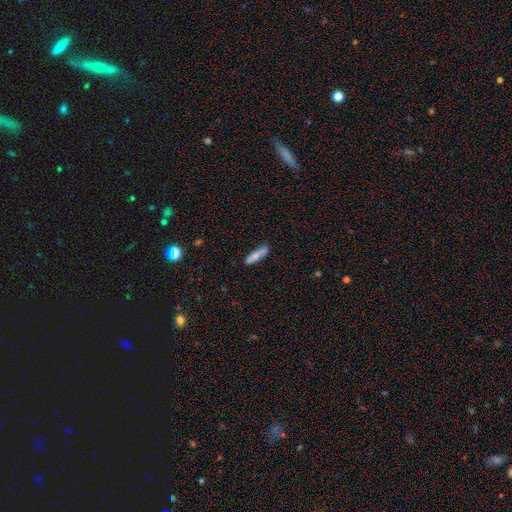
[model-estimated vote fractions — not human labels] Smooth or featured? Predicted: smooth (p=0.71). How rounded? Predicted: cigar-shaped (p=0.69). Merging? Predicted: none (p=0.74).